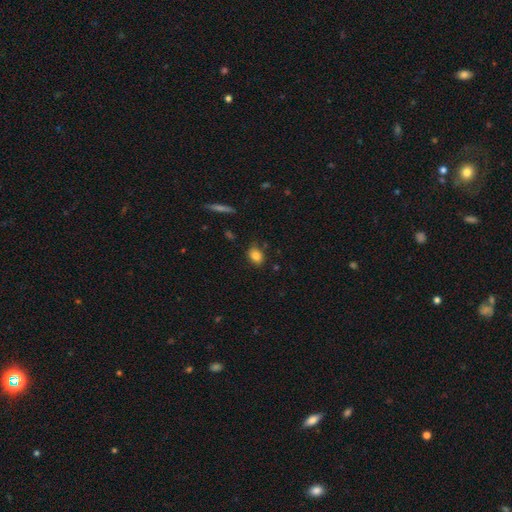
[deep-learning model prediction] Overall: smooth (83%). How rounded: in between (67%; round 31%). Merging: none (79%).